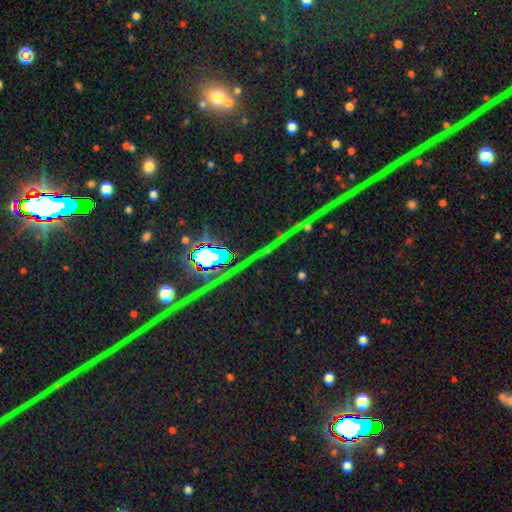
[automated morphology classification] The model was most divided on "smooth or featured": star or artifact: 82%, featured or disk: 10%, smooth: 9%.